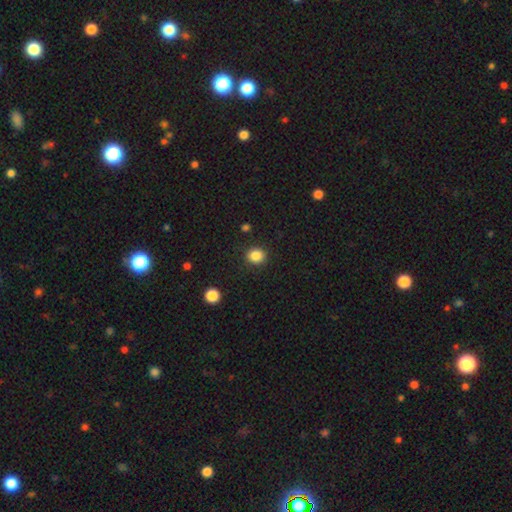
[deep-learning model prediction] Q: Smooth or featured?
A: smooth (86%); runner-up: star or artifact (11%)
Q: How rounded?
A: round (82%); runner-up: in between (17%)
Q: Merging?
A: none (89%); runner-up: minor disturbance (7%)